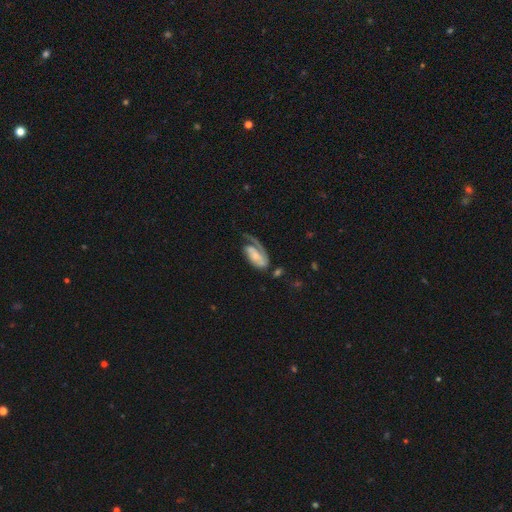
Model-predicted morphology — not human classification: A featured or disk galaxy (68%) with no bar (55%), 1 (71%) tight (42%) spiral arms (88%) and a small central bulge (42%). Merging: major disturbance (38%).